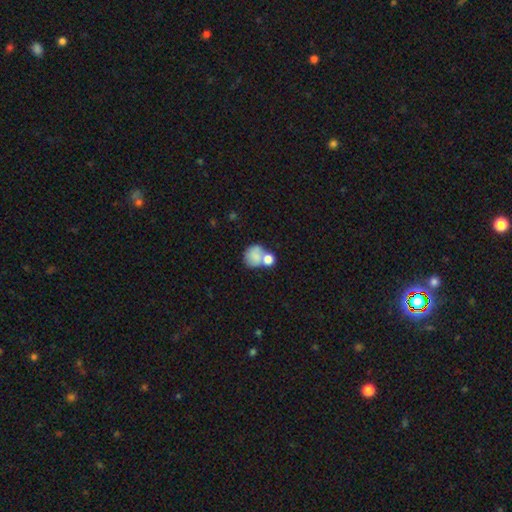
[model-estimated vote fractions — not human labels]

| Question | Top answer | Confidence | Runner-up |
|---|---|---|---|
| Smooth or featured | smooth | 75% | featured or disk (15%) |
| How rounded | round | 68% | in between (31%) |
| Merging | merger | 42% | none (35%) |